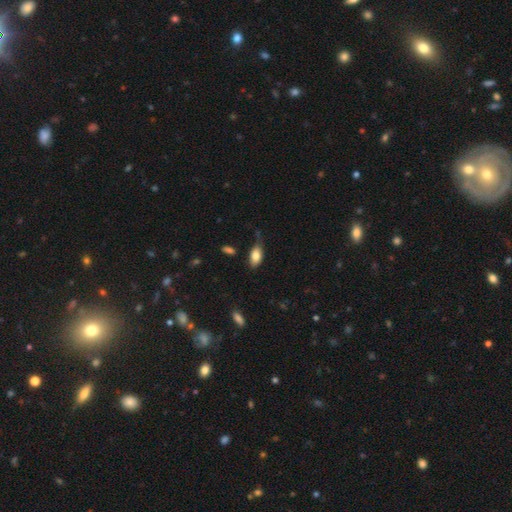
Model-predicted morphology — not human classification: A smooth galaxy with no disk features (80%) that is in between round and cigar-shaped (90%). Merging: none (61%).